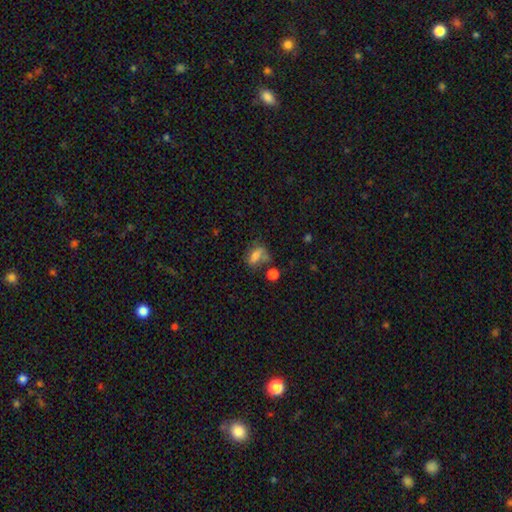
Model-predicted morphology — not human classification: This is likely a smooth galaxy (62%). How rounded: likely in between (77%). Merging: marginally none (41%).